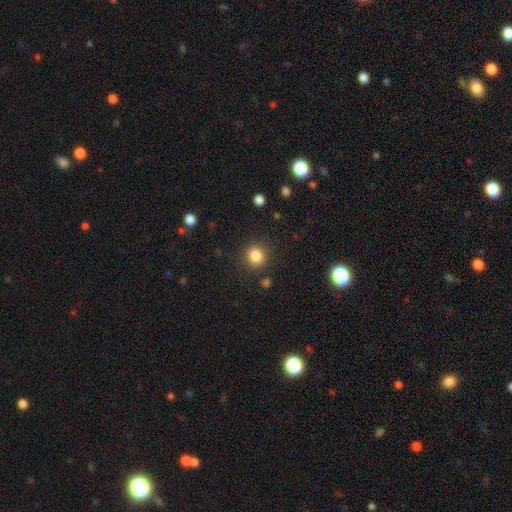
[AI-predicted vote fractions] Smooth or featured? smooth (84%)
How rounded? round (86%)
Merging? none (87%)